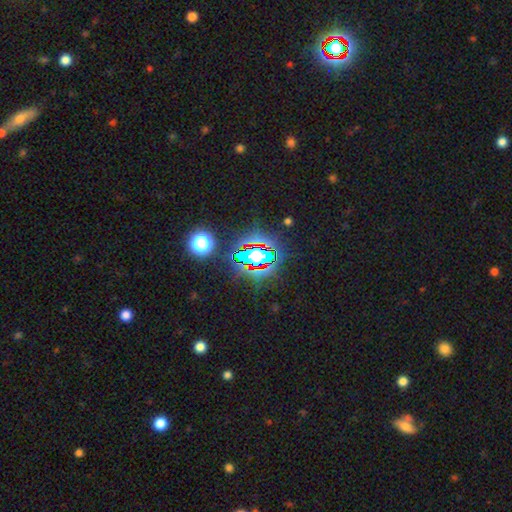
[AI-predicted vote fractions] Smooth or featured?
  - star or artifact: 71% *
  - smooth: 18%
  - featured or disk: 11%